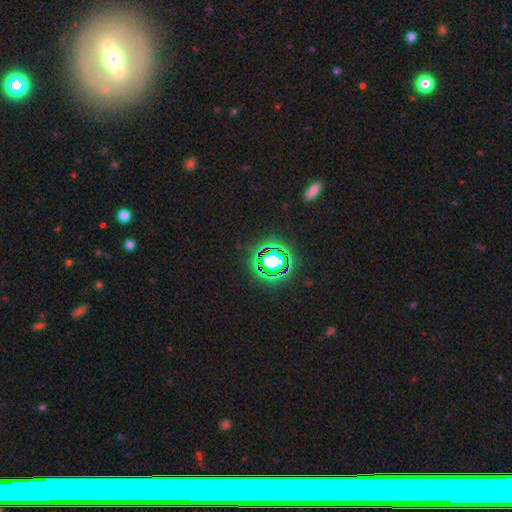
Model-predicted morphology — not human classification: Smooth or featured? star or artifact (49%)